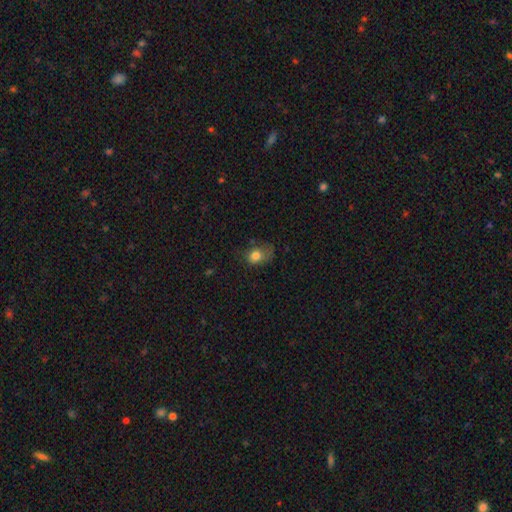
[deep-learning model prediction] smooth 78%, featured or disk 12%, star or artifact 10%. Down the decision tree: how rounded — in between (62%); merging — none (35%, tied with minor disturbance).